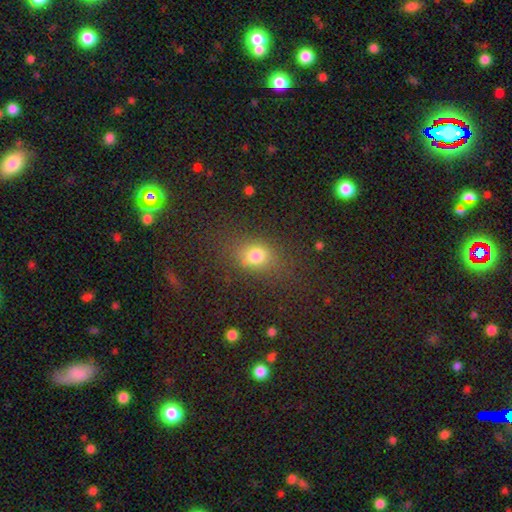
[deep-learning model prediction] A smooth galaxy with no disk features (74%) that is in between round and cigar-shaped (53%). Merging: none (74%).